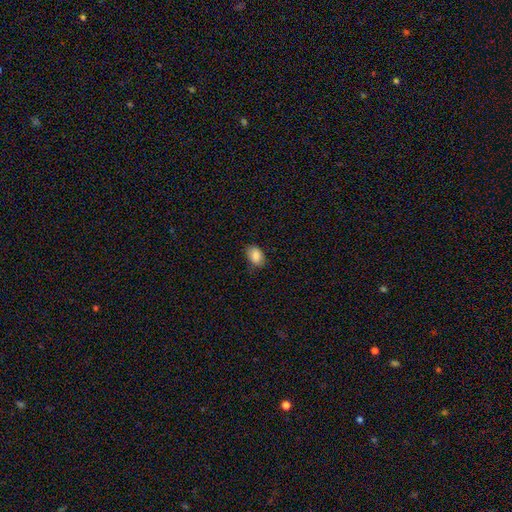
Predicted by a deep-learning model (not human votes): A smooth galaxy with no disk features (87%) that is in between round and cigar-shaped (84%).

Vote fractions:
- Smooth or featured? smooth: 87% / star or artifact: 8% / featured or disk: 5%
- How rounded? in between: 84% / round: 15% / cigar-shaped: 1%
- Merging? none: 76% / minor disturbance: 19% / major disturbance: 3% / merger: 1%